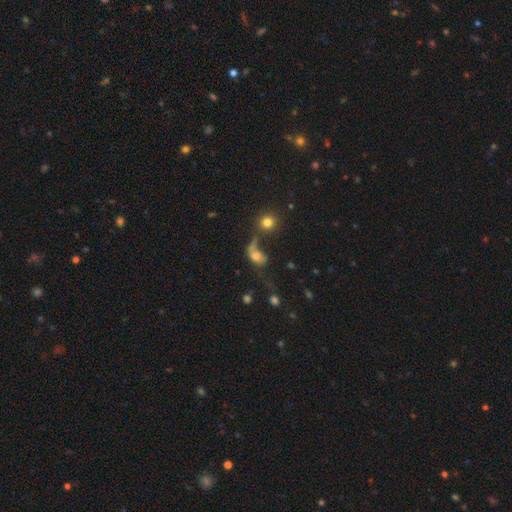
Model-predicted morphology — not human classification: This appears to be a smooth galaxy with no disk features (58%) that is in between round and cigar-shaped (74%). Merging: major disturbance (40%).